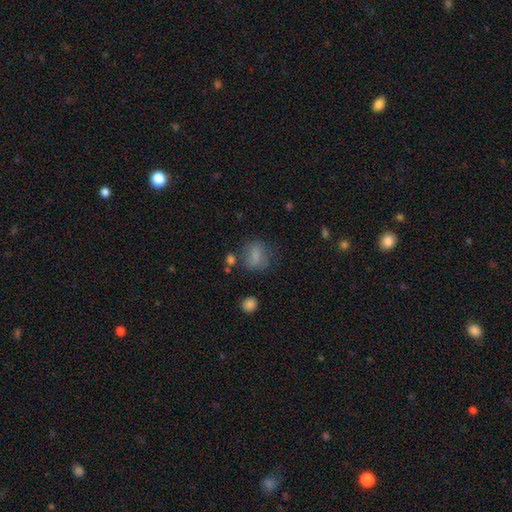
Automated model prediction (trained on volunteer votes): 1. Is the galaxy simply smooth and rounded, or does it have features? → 74% smooth, 13% featured or disk, 13% star or artifact.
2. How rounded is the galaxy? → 52% round, 47% in between, 2% cigar-shaped.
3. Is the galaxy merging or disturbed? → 62% none, 21% minor disturbance, 12% major disturbance, 5% merger.